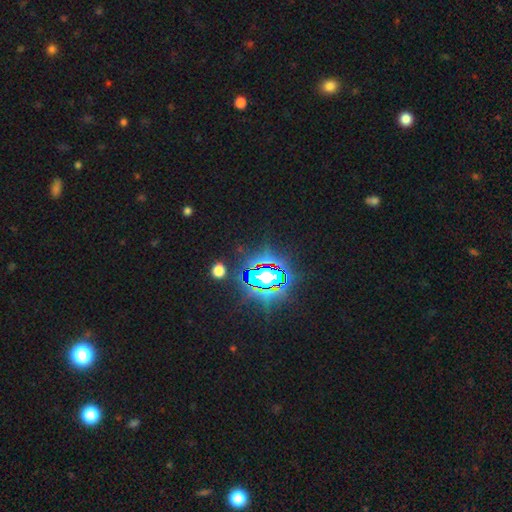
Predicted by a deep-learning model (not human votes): Q: Smooth or featured?
A: star or artifact (82%); runner-up: smooth (10%)